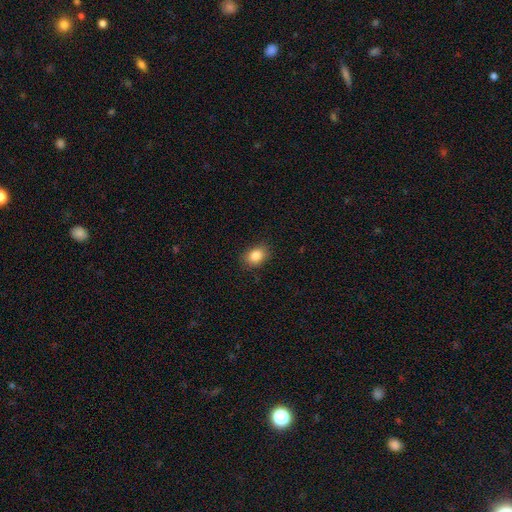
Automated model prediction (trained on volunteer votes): smooth-or-featured: smooth: 85% | star or artifact: 9% | featured or disk: 6%
  how-rounded: in between: 68% | round: 31% | cigar-shaped: 1%
  merging: none: 87% | minor disturbance: 10% | major disturbance: 2% | merger: 1%